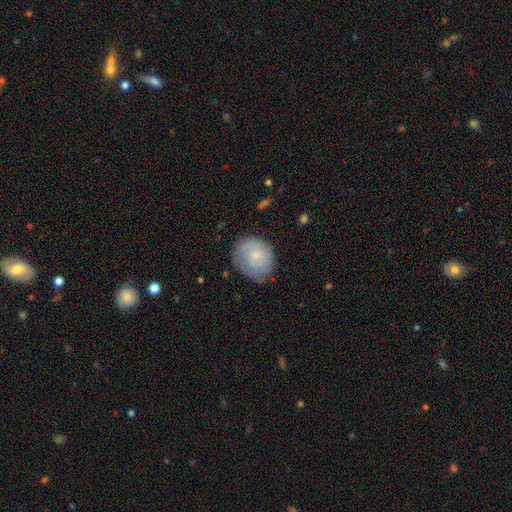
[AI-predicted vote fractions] A smooth galaxy with no disk features (53%) that is round (65%). Merging: none (65%).